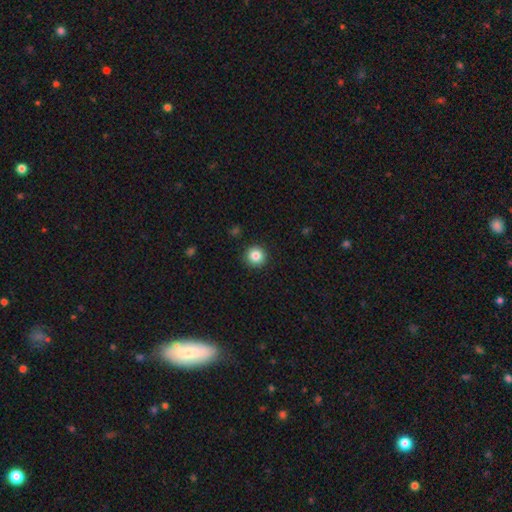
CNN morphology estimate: This appears to be a smooth galaxy with no disk features (84%) that is round (95%). Merging: none (92%).